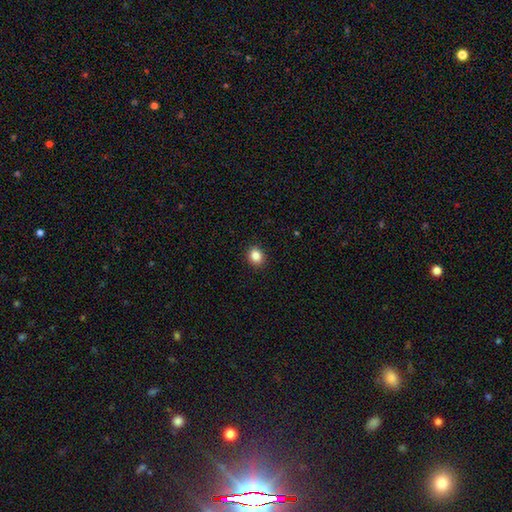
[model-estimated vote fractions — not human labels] The model was most divided on "how rounded": round: 68%, in between: 31%, cigar-shaped: 1%. More confident: merging — none (91%); smooth or featured — smooth (86%).